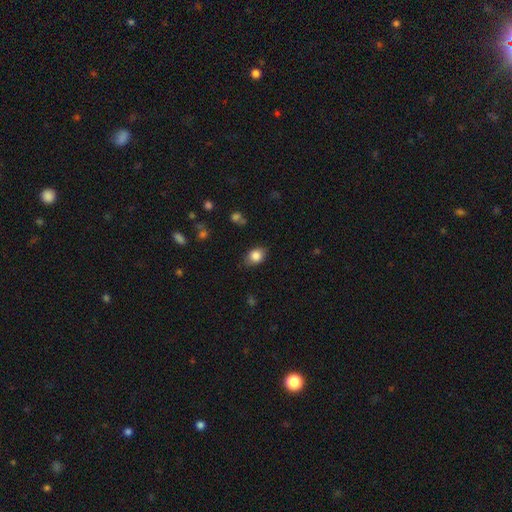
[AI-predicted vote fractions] A smooth galaxy with no disk features (84%) that is in between round and cigar-shaped (67%). Merging: none (79%).